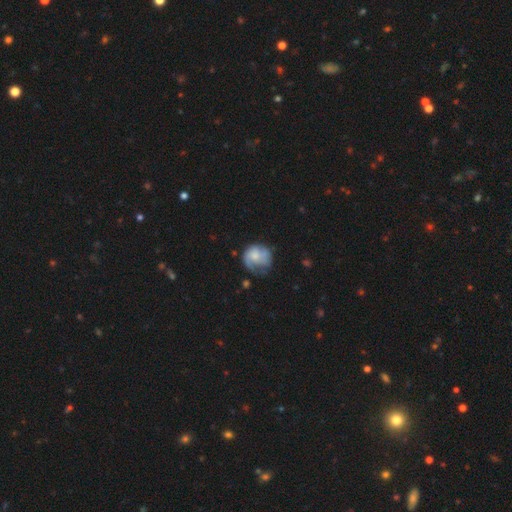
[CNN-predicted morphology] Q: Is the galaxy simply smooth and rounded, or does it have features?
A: featured or disk — 47%.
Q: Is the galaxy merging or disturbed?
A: none — 44%.